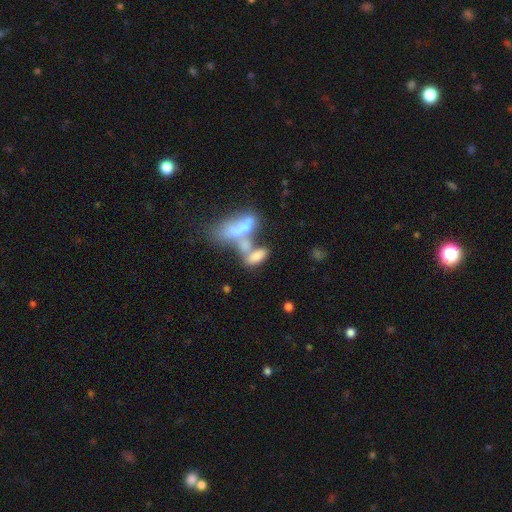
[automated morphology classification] smooth-or-featured: smooth: 67% | featured or disk: 23% | star or artifact: 10%
  how-rounded: in between: 78% | cigar-shaped: 18% | round: 4%
  merging: merger: 64% | none: 19% | major disturbance: 9% | minor disturbance: 9%